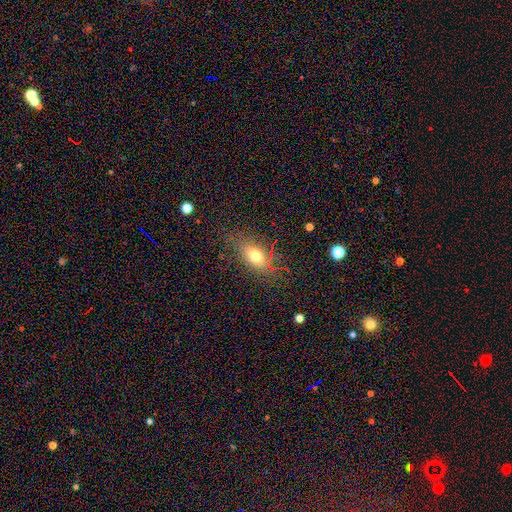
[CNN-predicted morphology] A smooth galaxy with no disk features (68%) that is in between round and cigar-shaped (78%). Merging: none (80%).